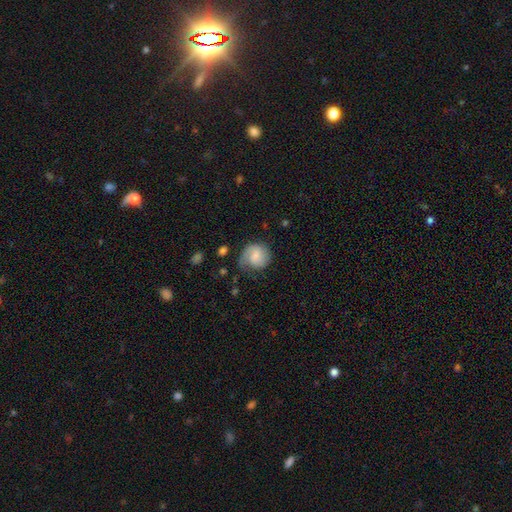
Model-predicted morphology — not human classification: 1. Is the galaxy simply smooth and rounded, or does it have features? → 52% smooth, 41% featured or disk, 7% star or artifact.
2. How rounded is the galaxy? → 79% round, 20% in between, 1% cigar-shaped.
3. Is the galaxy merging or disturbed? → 54% none, 28% minor disturbance, 16% major disturbance, 2% merger.